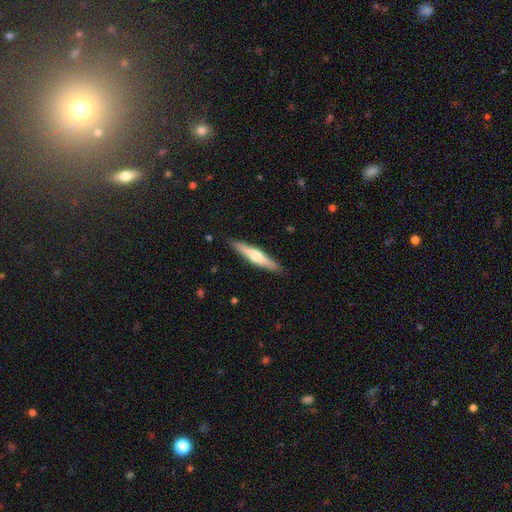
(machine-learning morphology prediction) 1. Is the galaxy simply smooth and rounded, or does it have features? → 54% featured or disk, 41% smooth, 5% star or artifact.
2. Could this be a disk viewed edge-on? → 96% yes, 4% no.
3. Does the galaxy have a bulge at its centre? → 88% rounded, 7% none, 5% boxy.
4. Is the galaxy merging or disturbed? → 90% none, 8% minor disturbance, 2% major disturbance, 1% merger.